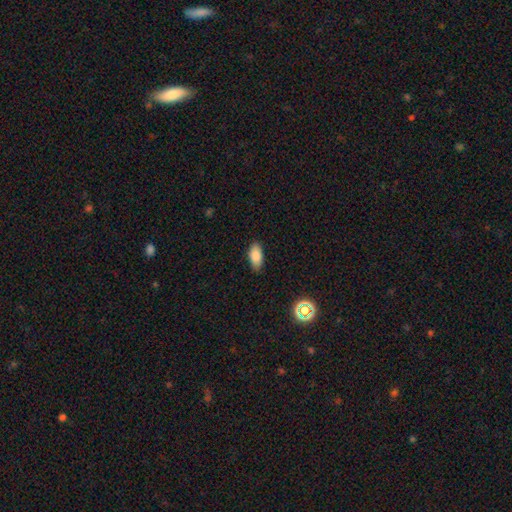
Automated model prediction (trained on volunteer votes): The model was most divided on "merging": none: 86%, minor disturbance: 11%, major disturbance: 2%, merger: 1%. More confident: how rounded — in between (89%); smooth or featured — smooth (85%).